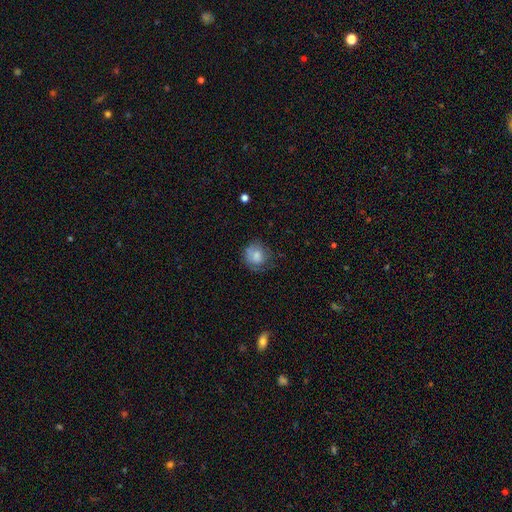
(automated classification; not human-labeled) Smooth or featured?
  - smooth: 73% *
  - featured or disk: 18%
  - star or artifact: 9%
How rounded?
  - round: 81% *
  - in between: 18%
  - cigar-shaped: 1%
Merging?
  - none: 62% *
  - minor disturbance: 25%
  - major disturbance: 11%
  - merger: 2%